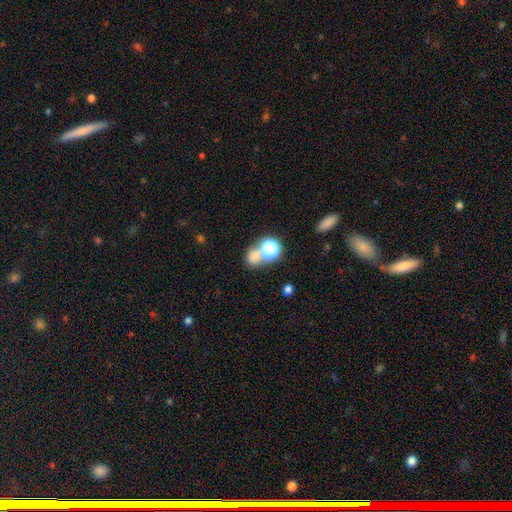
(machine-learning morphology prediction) This appears to be a smooth galaxy with no disk features (67%) that is round (68%). Merging: none (44%).